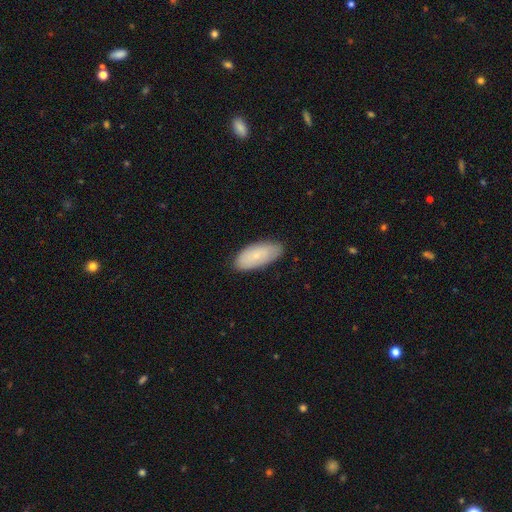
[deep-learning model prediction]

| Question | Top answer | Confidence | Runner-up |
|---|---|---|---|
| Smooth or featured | smooth | 72% | featured or disk (21%) |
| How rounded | in between | 89% | cigar-shaped (9%) |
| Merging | none | 82% | minor disturbance (14%) |